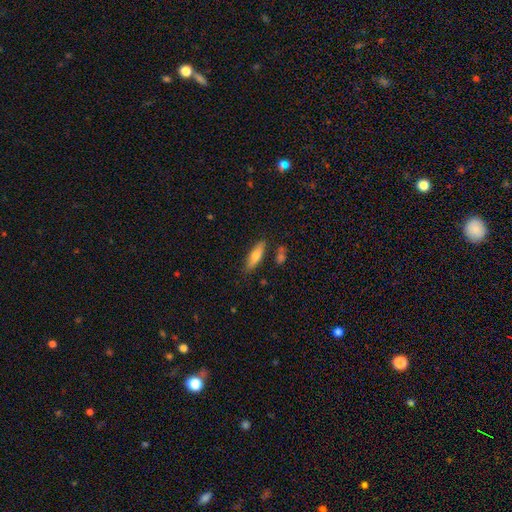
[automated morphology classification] smooth_or_featured: smooth (p=0.64) [alt: featured or disk p=0.29]
how_rounded: cigar-shaped (p=0.61) [alt: in between p=0.37]
merging: none (p=0.81) [alt: minor disturbance p=0.12]